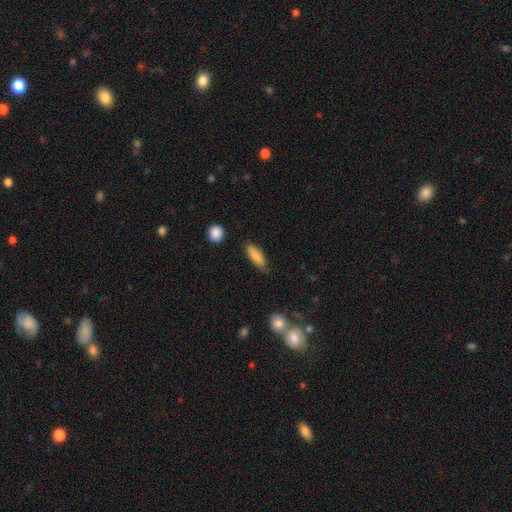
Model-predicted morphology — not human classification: Smooth or featured? smooth (85%)
How rounded? in between (64%)
Merging? none (74%)